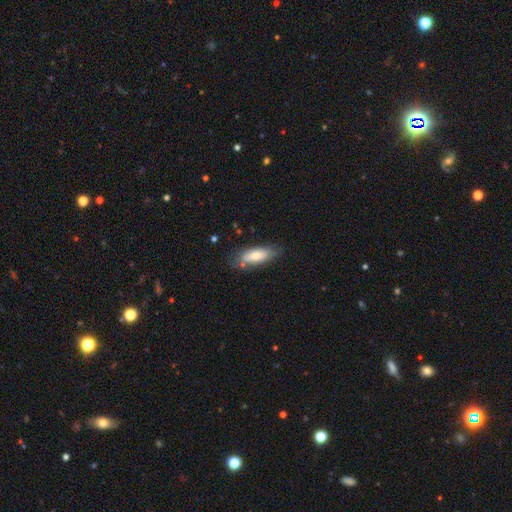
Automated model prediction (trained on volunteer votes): Overall: smooth (73%). How rounded: in between (71%). Merging: none (70%).